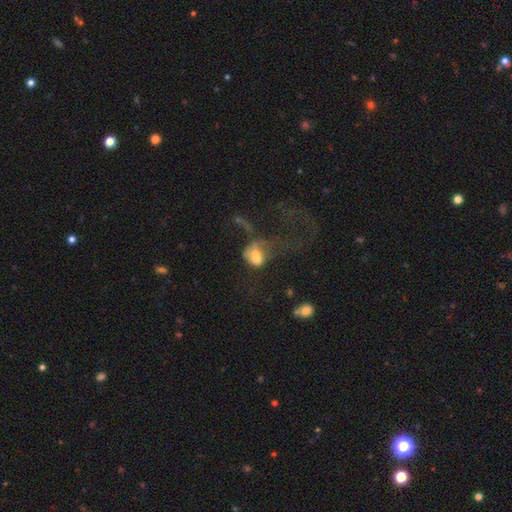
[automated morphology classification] smooth-or-featured: smooth: 52% | featured or disk: 34% | star or artifact: 14%
  how-rounded: in between: 65% | round: 32% | cigar-shaped: 3%
  merging: major disturbance: 48% | merger: 28% | none: 15% | minor disturbance: 10%